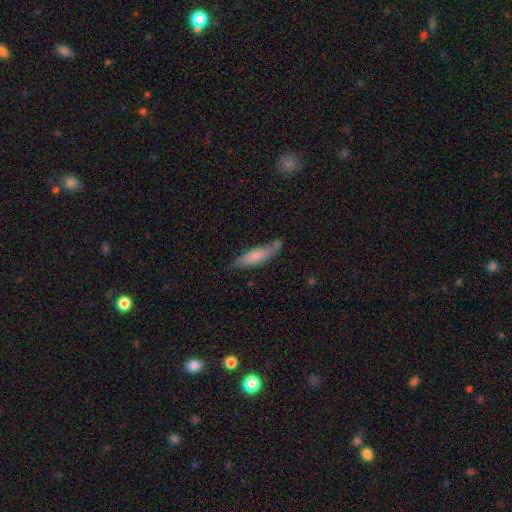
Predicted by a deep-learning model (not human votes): Q: Smooth or featured?
A: smooth (69%); runner-up: featured or disk (25%)
Q: How rounded?
A: cigar-shaped (68%); runner-up: in between (30%)
Q: Merging?
A: none (65%); runner-up: minor disturbance (23%)